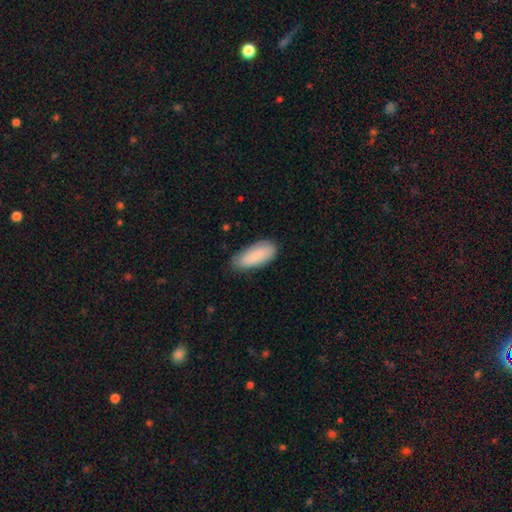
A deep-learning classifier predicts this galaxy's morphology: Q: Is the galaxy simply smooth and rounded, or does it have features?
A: smooth — 86%.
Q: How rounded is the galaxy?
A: in between — 81%.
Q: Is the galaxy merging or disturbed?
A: none — 75%.